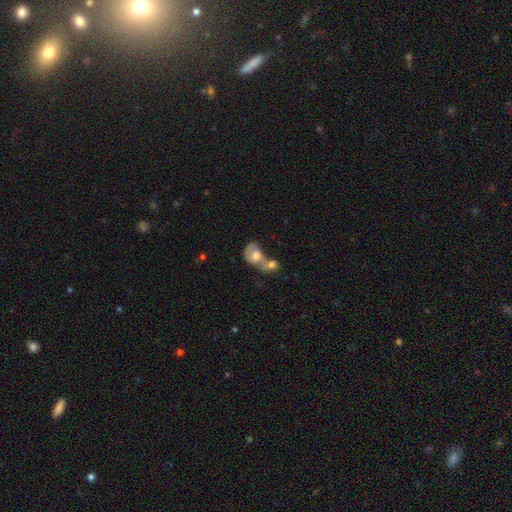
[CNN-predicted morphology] smooth_or_featured: smooth (p=0.62) [alt: featured or disk p=0.30]
how_rounded: in between (p=0.57) [alt: round p=0.41]
merging: merger (p=0.71) [alt: none p=0.14]